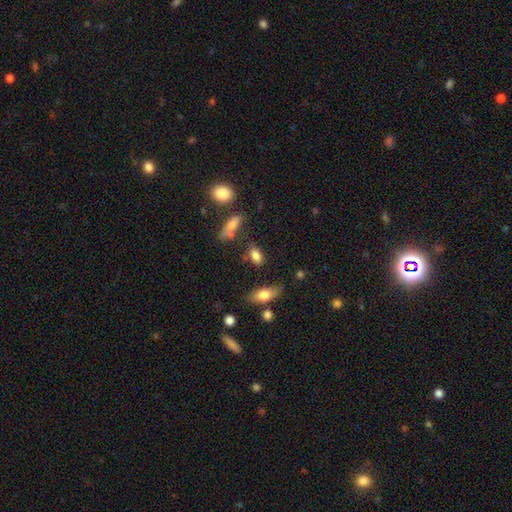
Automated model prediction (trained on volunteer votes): Smooth or featured? Predicted: smooth (p=0.82). How rounded? Predicted: in between (p=0.84). Merging? Predicted: none (p=0.72).